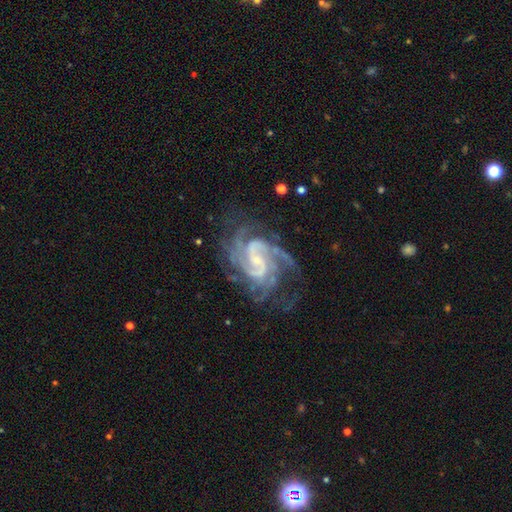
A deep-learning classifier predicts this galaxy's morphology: Smooth or featured? featured or disk (88%)
Edge-on disk? no (97%)
Bar? weak (49%)
Spiral arms? yes (98%)
Spiral winding? tight (48%)
Spiral arm count? 2 (25%, tied with 3)
Bulge size? small (63%)
Merging? none (71%)